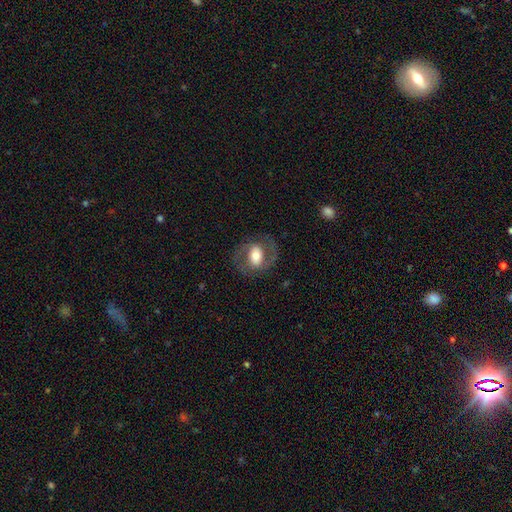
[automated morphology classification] Smooth or featured?
  - featured or disk: 64% *
  - smooth: 29%
  - star or artifact: 7%
Edge-on disk?
  - no: 96% *
  - yes: 4%
Bar?
  - weak: 38% *
  - no: 33%
  - strong: 29%
Spiral arms?
  - yes: 77% *
  - no: 23%
Bulge size?
  - moderate: 56% *
  - large: 27%
  - small: 13%
  - dominant: 3%
  - none: 1%
Merging?
  - none: 77% *
  - minor disturbance: 13%
  - major disturbance: 10%
  - merger: 1%